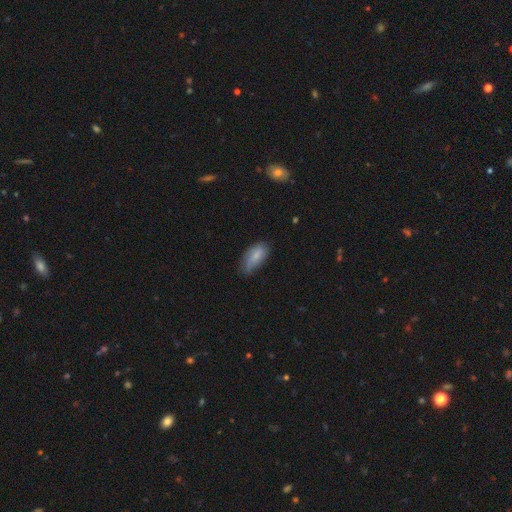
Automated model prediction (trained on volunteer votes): This is likely a smooth galaxy (75%). How rounded: clearly in between (90%). Merging: possibly none (58%).